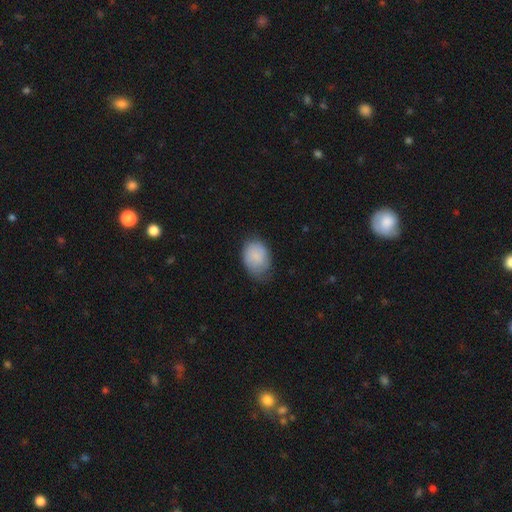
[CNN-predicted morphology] Smooth or featured?
  - smooth: 83% *
  - featured or disk: 11%
  - star or artifact: 6%
How rounded?
  - in between: 80% *
  - round: 19%
  - cigar-shaped: 1%
Merging?
  - none: 55% *
  - minor disturbance: 35%
  - major disturbance: 9%
  - merger: 1%